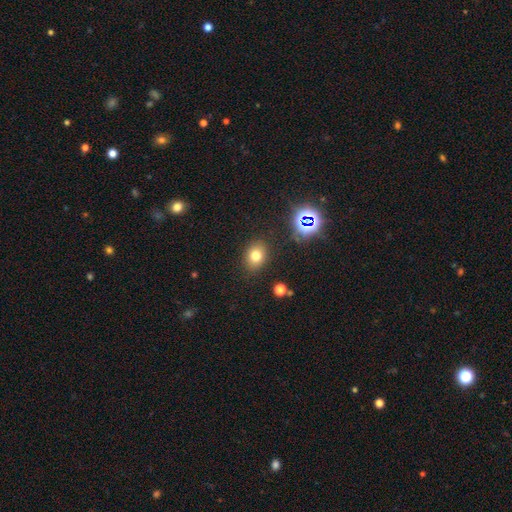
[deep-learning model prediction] This appears to be a smooth galaxy with no disk features (73%) that is in between round and cigar-shaped (51%). Merging: none (86%).